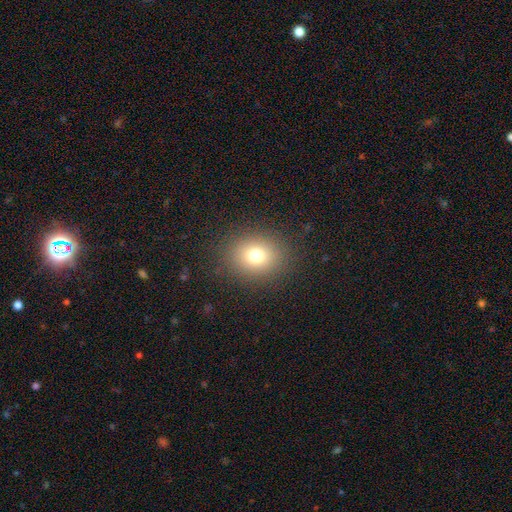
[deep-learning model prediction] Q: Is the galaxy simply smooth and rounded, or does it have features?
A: smooth — 74%.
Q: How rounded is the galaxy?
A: round — 71%.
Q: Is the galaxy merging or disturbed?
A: none — 87%.